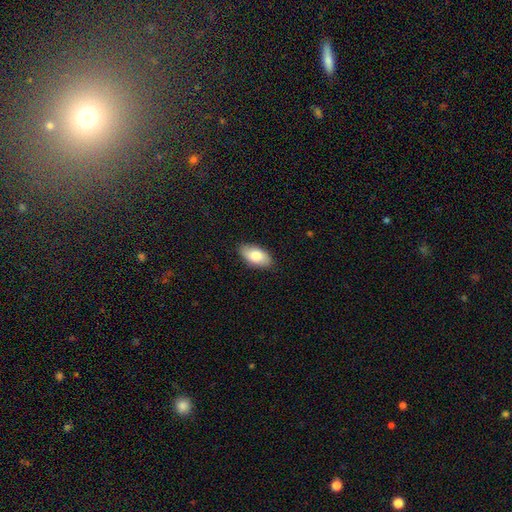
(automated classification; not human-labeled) This is clearly a smooth galaxy (81%). How rounded: clearly in between (94%). Merging: clearly none (88%).